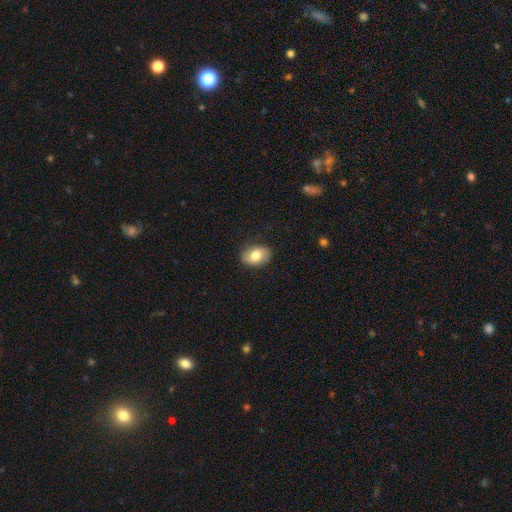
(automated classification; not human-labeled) Smooth or featured?
  - smooth: 71% *
  - featured or disk: 21%
  - star or artifact: 7%
How rounded?
  - in between: 79% *
  - round: 20%
  - cigar-shaped: 1%
Merging?
  - none: 84% *
  - minor disturbance: 12%
  - major disturbance: 3%
  - merger: 1%